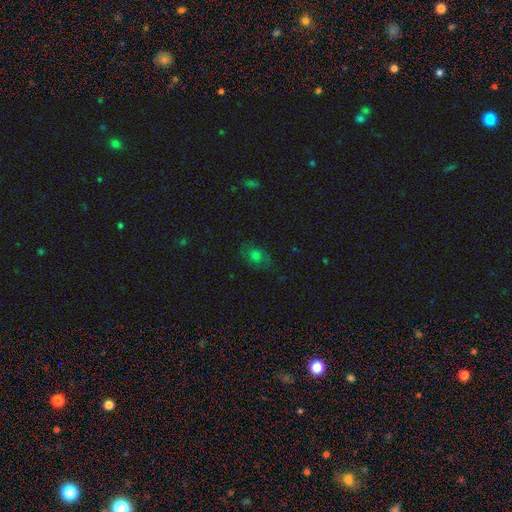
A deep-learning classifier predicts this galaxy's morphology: smooth 65%, featured or disk 18%, star or artifact 17%. Down the decision tree: how rounded — in between (59%); merging — none (70%).